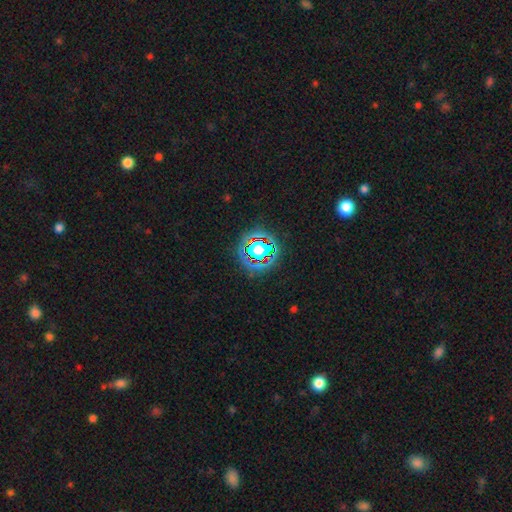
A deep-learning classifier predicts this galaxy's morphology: Overall: star or artifact (80%).